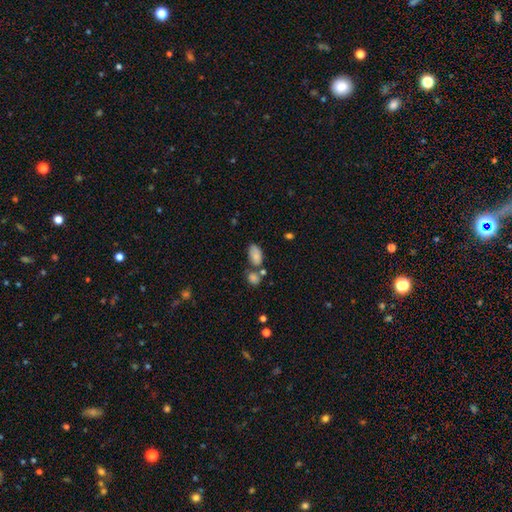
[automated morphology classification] smooth-or-featured: smooth: 79% | featured or disk: 12% | star or artifact: 9%
  how-rounded: in between: 93% | round: 5% | cigar-shaped: 2%
  merging: none: 44% | merger: 30% | minor disturbance: 18% | major disturbance: 7%